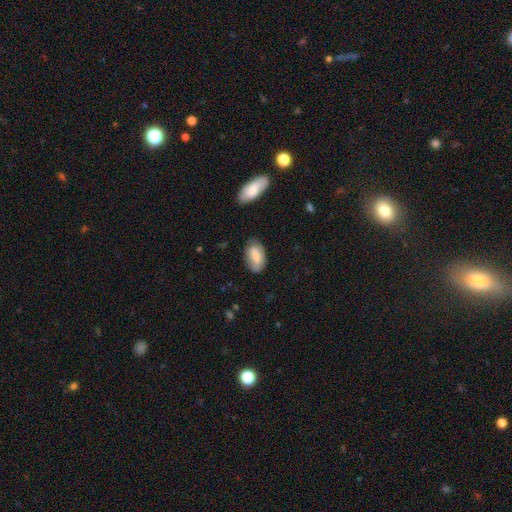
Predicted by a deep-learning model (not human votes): Smooth or featured? Predicted: smooth (p=0.78). How rounded? Predicted: in between (p=0.93). Merging? Predicted: none (p=0.70).